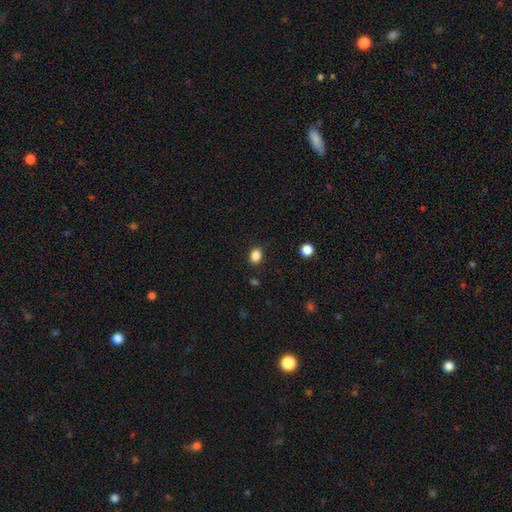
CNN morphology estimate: smooth-or-featured: smooth: 85% | star or artifact: 11% | featured or disk: 4%
  how-rounded: in between: 58% | round: 41% | cigar-shaped: 1%
  merging: none: 83% | minor disturbance: 12% | major disturbance: 3% | merger: 2%